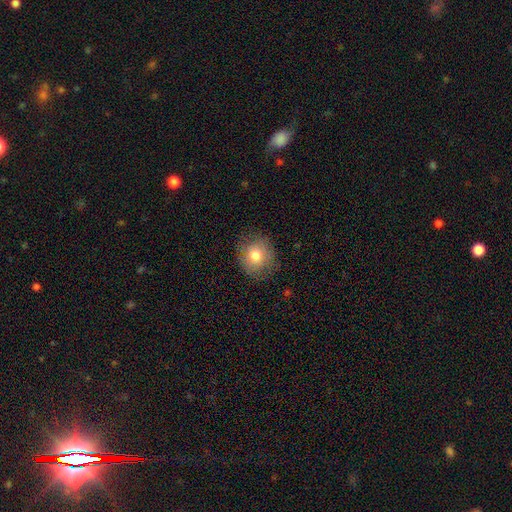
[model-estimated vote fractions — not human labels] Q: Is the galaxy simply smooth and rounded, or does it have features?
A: smooth — 78%.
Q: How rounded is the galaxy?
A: round — 80%.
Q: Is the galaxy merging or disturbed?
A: none — 80%.